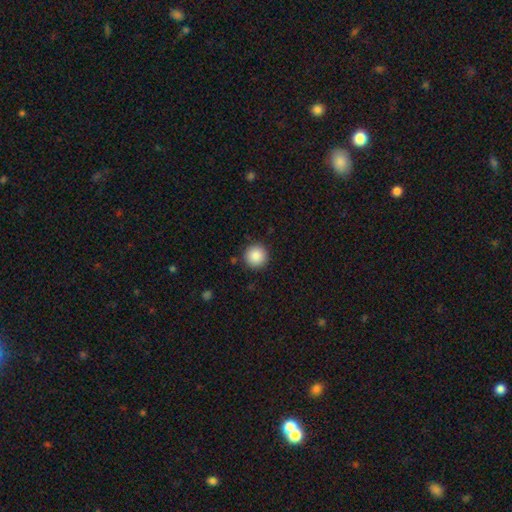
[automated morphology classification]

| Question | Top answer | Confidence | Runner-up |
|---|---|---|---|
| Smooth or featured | smooth | 88% | star or artifact (8%) |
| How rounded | round | 96% | in between (3%) |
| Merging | none | 91% | minor disturbance (6%) |